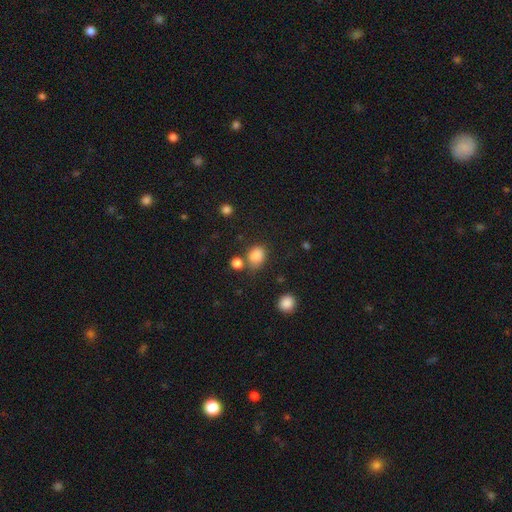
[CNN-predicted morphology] smooth_or_featured: smooth (p=0.84) [alt: star or artifact p=0.11]
how_rounded: in between (p=0.52) [alt: round p=0.47]
merging: none (p=0.63) [alt: minor disturbance p=0.17]